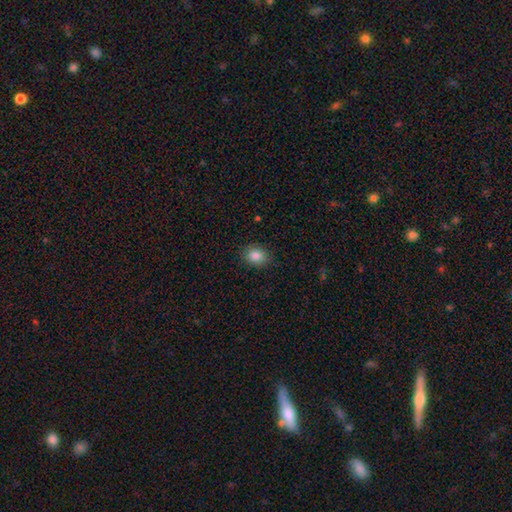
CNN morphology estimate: type=smooth (84%); roundness=round (54%); merging=none (87%).